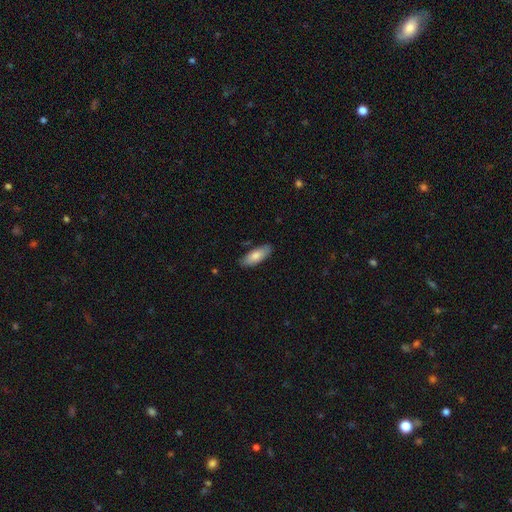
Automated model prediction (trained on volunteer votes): This is likely a smooth galaxy (79%). How rounded: likely in between (75%). Merging: clearly none (84%).